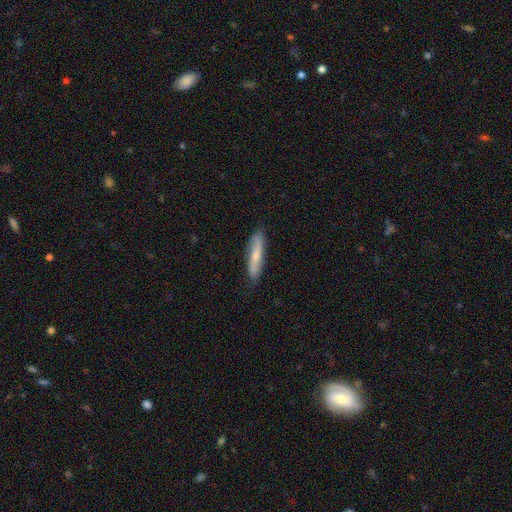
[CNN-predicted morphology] Smooth or featured?
  - smooth: 55% *
  - featured or disk: 39%
  - star or artifact: 6%
How rounded?
  - cigar-shaped: 83% *
  - in between: 15%
  - round: 2%
Merging?
  - none: 83% *
  - minor disturbance: 14%
  - major disturbance: 2%
  - merger: 1%